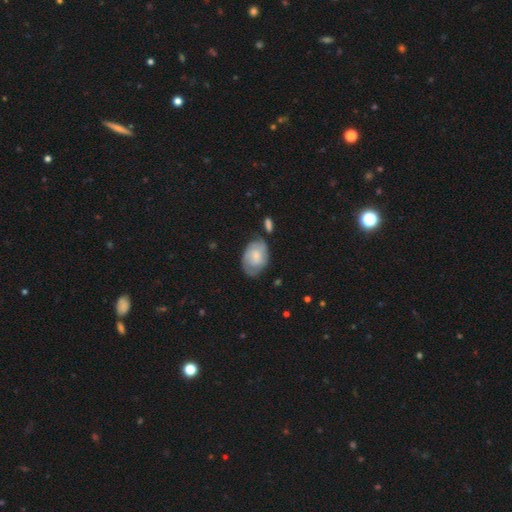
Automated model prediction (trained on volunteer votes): Overall: featured or disk (47%; smooth 46%). Merging: none (58%; minor disturbance 26%).